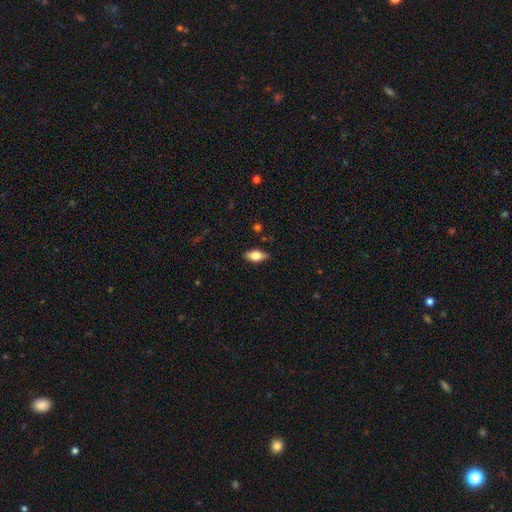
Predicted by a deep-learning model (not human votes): Overall: smooth (72%). How rounded: in between (85%). Merging: none (83%).